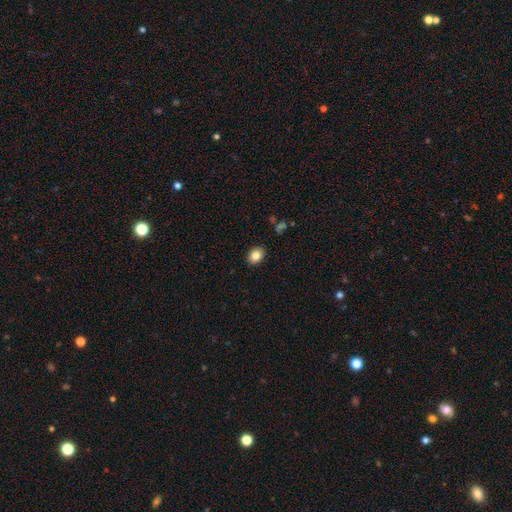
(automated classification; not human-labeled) smooth 84%, star or artifact 9%, featured or disk 7%. Down the decision tree: how rounded — in between (59%); merging — none (90%).